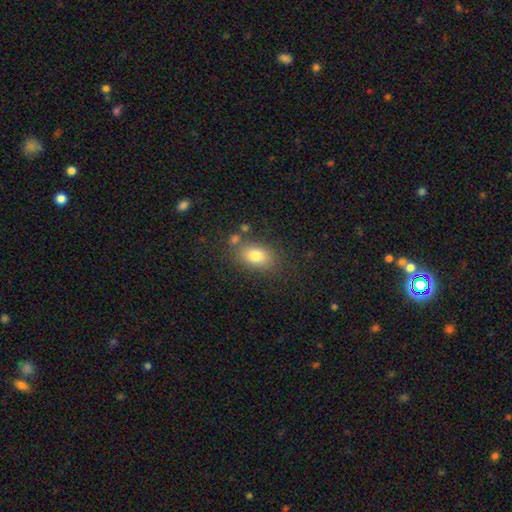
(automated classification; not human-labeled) Smooth or featured? smooth (79%)
How rounded? in between (76%)
Merging? none (74%)